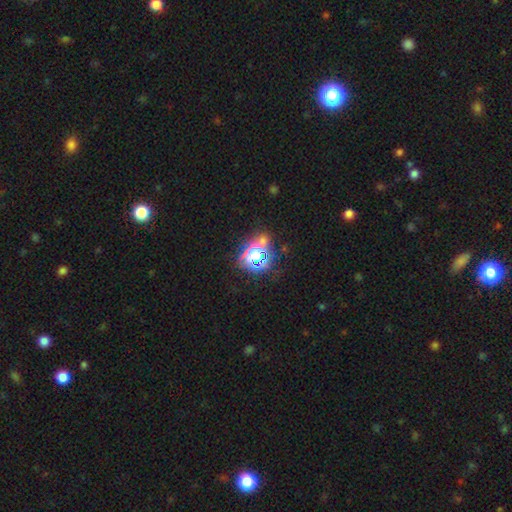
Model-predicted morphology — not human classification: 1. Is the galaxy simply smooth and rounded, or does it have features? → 62% star or artifact, 26% smooth, 11% featured or disk.